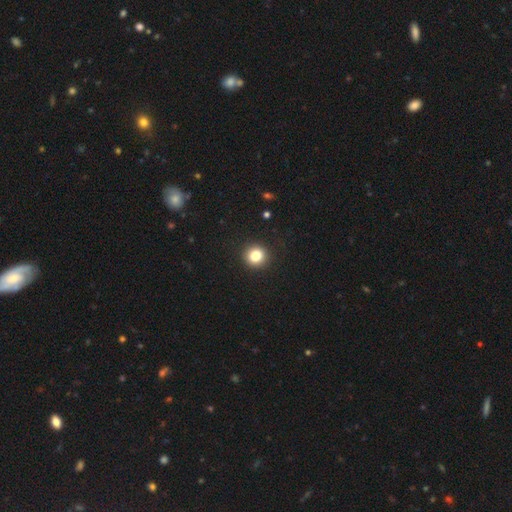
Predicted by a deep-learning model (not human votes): smooth 83%, star or artifact 11%, featured or disk 6%. Down the decision tree: how rounded — round (92%); merging — none (92%).